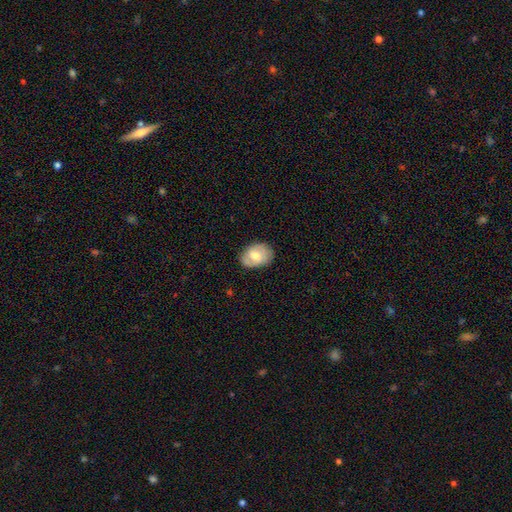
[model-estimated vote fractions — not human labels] A smooth galaxy with no disk features (59%) that is in between round and cigar-shaped (78%).

Vote fractions:
- Smooth or featured? smooth: 59% / featured or disk: 34% / star or artifact: 7%
- How rounded? in between: 78% / round: 21% / cigar-shaped: 1%
- Merging? none: 77% / minor disturbance: 18% / major disturbance: 4% / merger: 1%